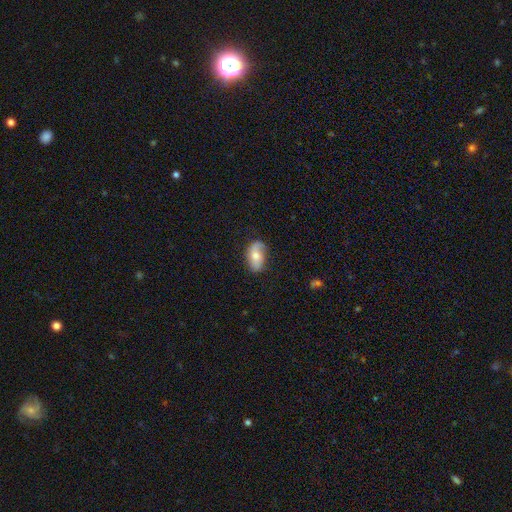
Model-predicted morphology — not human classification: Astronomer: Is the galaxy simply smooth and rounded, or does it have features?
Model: smooth — 61%.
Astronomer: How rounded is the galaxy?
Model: in between — 91%.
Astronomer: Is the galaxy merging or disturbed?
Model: none — 71%.